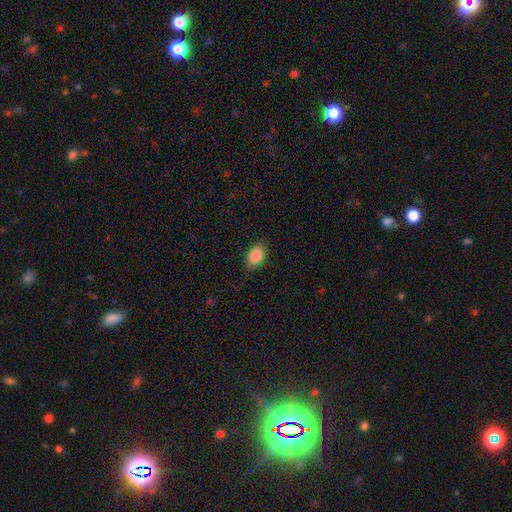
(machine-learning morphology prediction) The model was most divided on "how rounded": in between: 82%, round: 16%, cigar-shaped: 2%. More confident: smooth or featured — smooth (87%); merging — none (81%).